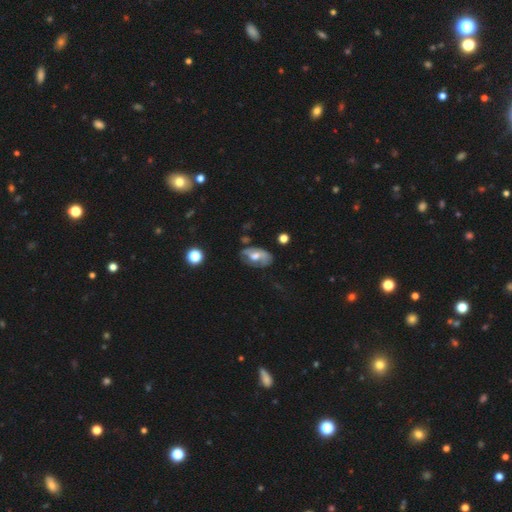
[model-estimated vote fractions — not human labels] Q: Smooth or featured?
A: featured or disk (51%); runner-up: smooth (40%)
Q: Edge-on disk?
A: no (92%); runner-up: yes (8%)
Q: Merging?
A: none (43%); runner-up: minor disturbance (31%)